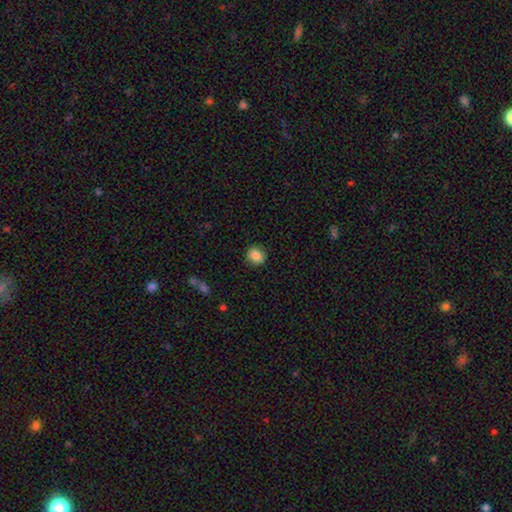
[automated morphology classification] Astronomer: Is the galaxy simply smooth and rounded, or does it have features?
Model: smooth — 85%.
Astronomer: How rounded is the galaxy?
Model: round — 75%.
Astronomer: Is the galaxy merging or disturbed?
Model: none — 89%.